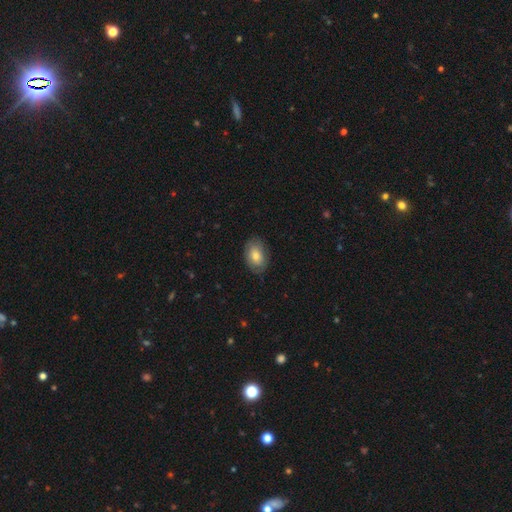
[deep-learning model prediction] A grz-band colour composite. It shows a smooth galaxy with no disk features (71%) that is in between round and cigar-shaped (86%). Merging: none (81%).